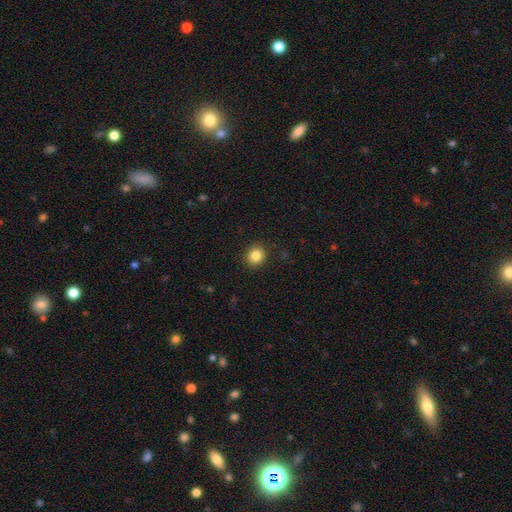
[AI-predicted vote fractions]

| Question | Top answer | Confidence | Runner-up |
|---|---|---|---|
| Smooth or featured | smooth | 84% | star or artifact (10%) |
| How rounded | round | 82% | in between (18%) |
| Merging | none | 90% | minor disturbance (7%) |